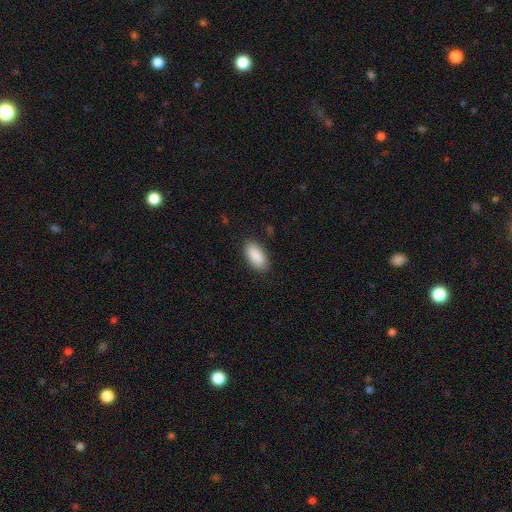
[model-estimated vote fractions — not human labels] Smooth or featured? smooth (91%)
How rounded? in between (92%)
Merging? none (87%)